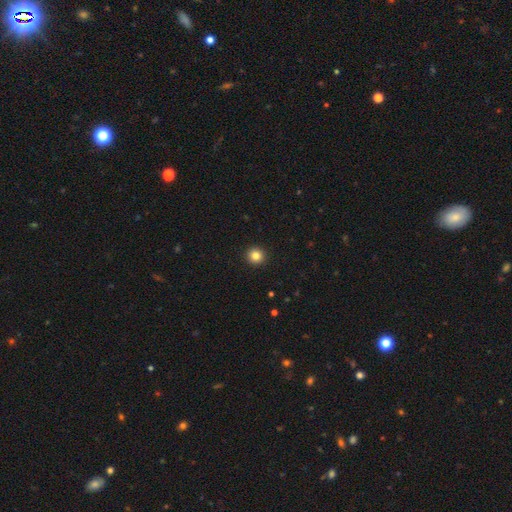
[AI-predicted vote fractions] smooth-or-featured: smooth: 83% | star or artifact: 11% | featured or disk: 6%
  how-rounded: round: 95% | in between: 4% | cigar-shaped: 1%
  merging: none: 94% | minor disturbance: 4% | major disturbance: 1% | merger: 1%